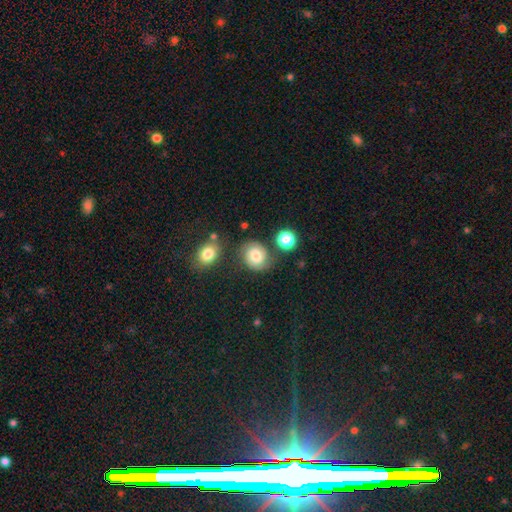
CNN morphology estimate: smooth-or-featured: featured or disk: 55% | smooth: 35% | star or artifact: 11%
  disk-edge-on: no: 98% | yes: 2%
    bar: no: 61% | weak: 33% | strong: 6%
    has-spiral-arms: yes: 89% | no: 11%
    bulge-size: moderate: 54% | large: 23% | small: 16% | none: 4% | dominant: 3%
  merging: none: 72% | minor disturbance: 16% | major disturbance: 6% | merger: 5%